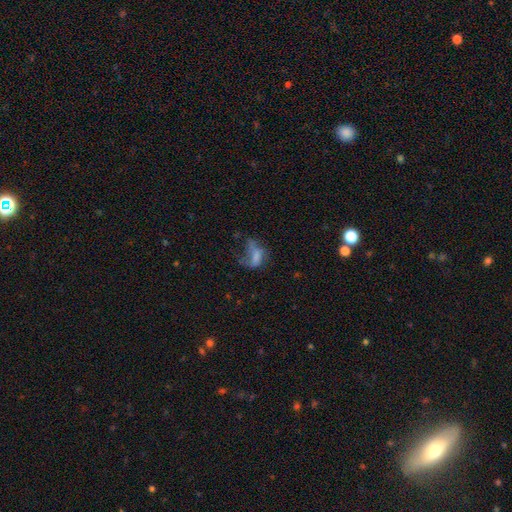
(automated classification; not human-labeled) Morphology: type=smooth (47%); merging=major disturbance (51%).